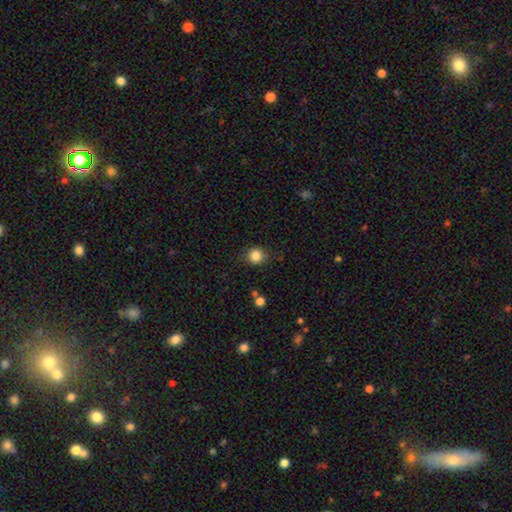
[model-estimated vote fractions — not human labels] Smooth or featured?
  - smooth: 85% *
  - star or artifact: 11%
  - featured or disk: 4%
How rounded?
  - round: 90% *
  - in between: 9%
  - cigar-shaped: 1%
Merging?
  - none: 85% *
  - minor disturbance: 10%
  - major disturbance: 3%
  - merger: 2%